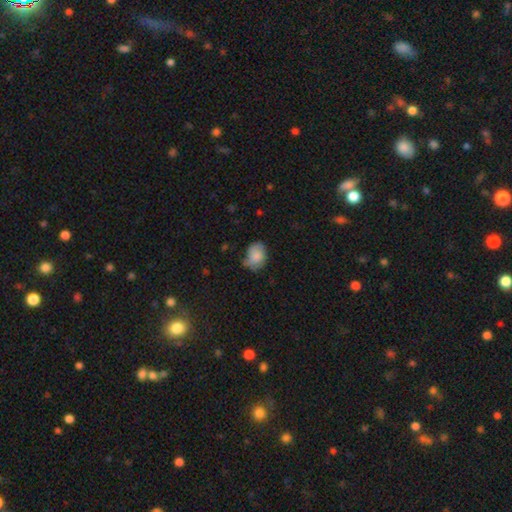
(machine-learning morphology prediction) A smooth galaxy with no disk features (81%) that is in between round and cigar-shaped (68%).

Vote fractions:
- Smooth or featured? smooth: 81% / featured or disk: 11% / star or artifact: 8%
- How rounded? in between: 68% / round: 32% / cigar-shaped: 1%
- Merging? none: 52% / minor disturbance: 35% / major disturbance: 9% / merger: 3%